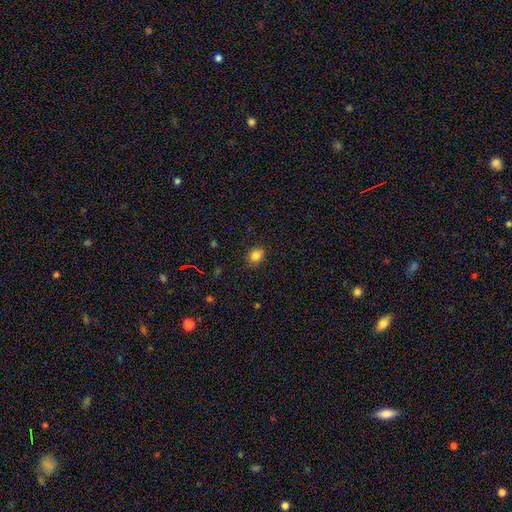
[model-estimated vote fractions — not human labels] Smooth or featured? Predicted: smooth (p=0.83). How rounded? Predicted: round (p=0.55). Merging? Predicted: none (p=0.87).